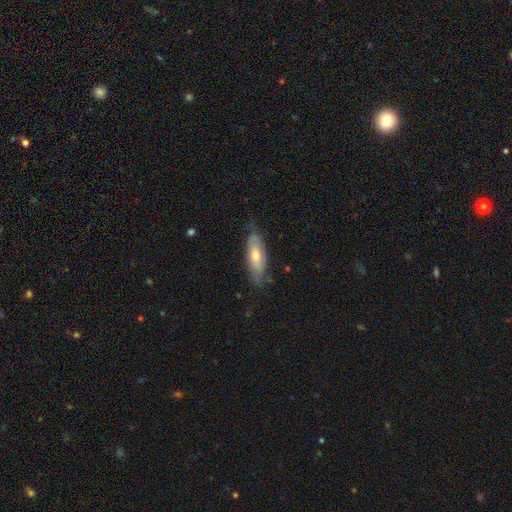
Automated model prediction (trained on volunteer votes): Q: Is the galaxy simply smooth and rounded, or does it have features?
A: smooth — 49%.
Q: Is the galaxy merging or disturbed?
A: none — 67%.